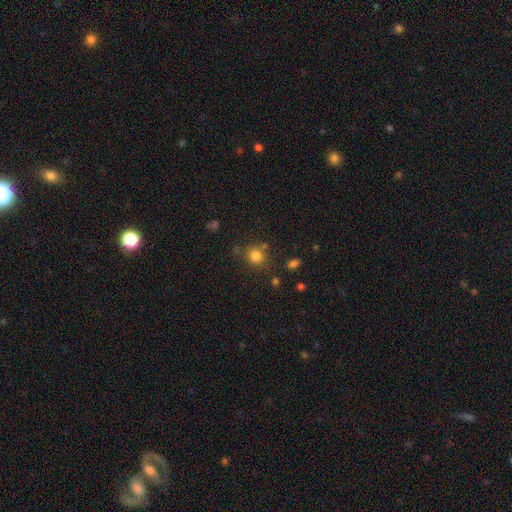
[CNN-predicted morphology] A smooth galaxy with no disk features (81%) that is round (81%). Merging: none (73%).